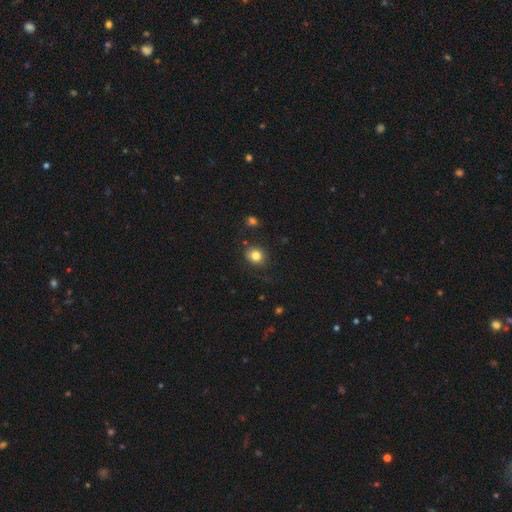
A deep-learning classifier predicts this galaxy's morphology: The model was most divided on "how rounded": round: 72%, in between: 27%, cigar-shaped: 1%. More confident: merging — none (82%); smooth or featured — smooth (81%).